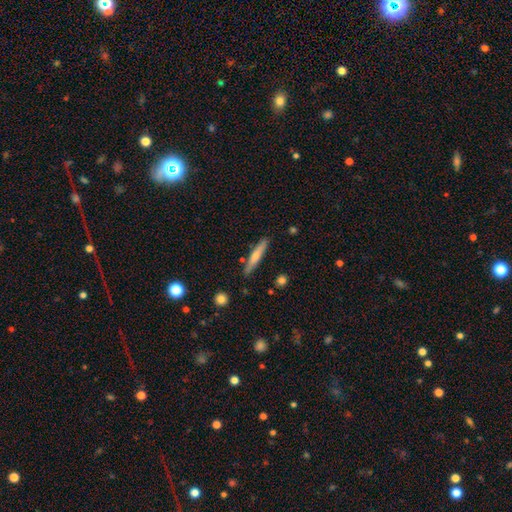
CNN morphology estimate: smooth 61%, featured or disk 33%, star or artifact 6%. Down the decision tree: how rounded — cigar-shaped (92%); merging — none (85%).